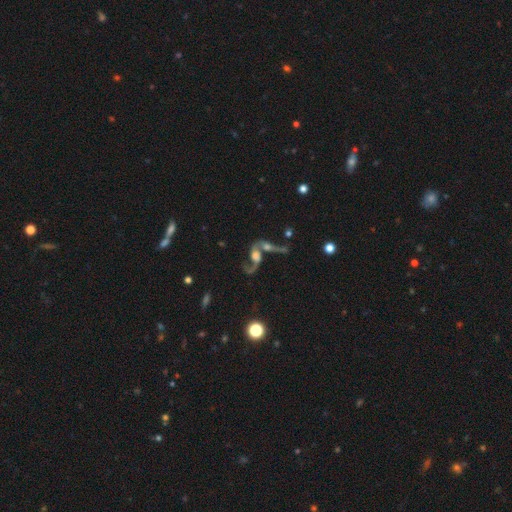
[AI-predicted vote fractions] smooth_or_featured: featured or disk (p=0.74) [alt: smooth p=0.15]
disk_edge_on: no (p=0.93) [alt: yes p=0.07]
bar: no (p=0.59) [alt: weak p=0.31]
has_spiral_arms: yes (p=0.87) [alt: no p=0.13]
spiral_winding: loose (p=0.78) [alt: medium p=0.17]
spiral_arm_count: 2 (p=0.79) [alt: 1 p=0.14]
bulge_size: moderate (p=0.36) [alt: large p=0.28]
merging: merger (p=0.61) [alt: none p=0.20]